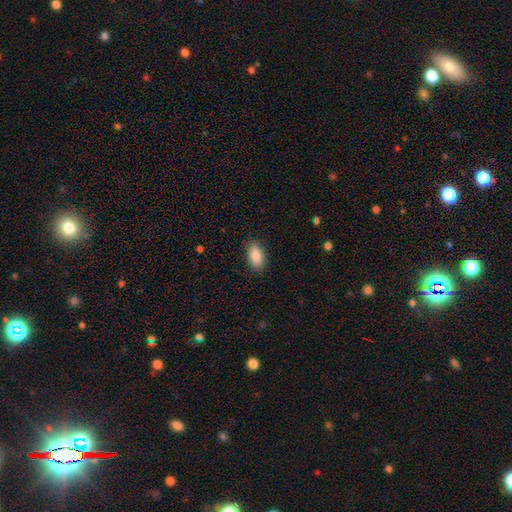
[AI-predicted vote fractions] Morphology: type=smooth (88%); roundness=in between (93%); merging=none (87%).